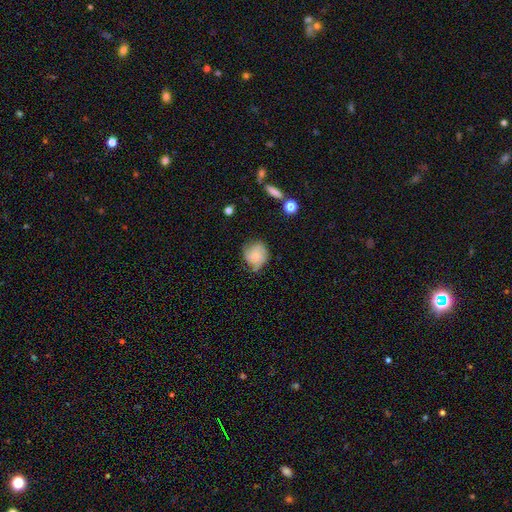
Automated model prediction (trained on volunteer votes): Smooth or featured? Predicted: featured or disk (p=0.60). Edge-on disk? Predicted: no (p=0.98). Bar? Predicted: no (p=0.77). Spiral arms? Predicted: yes (p=0.92). Spiral winding? Predicted: tight (p=0.47). Spiral arm count? Predicted: 3 (p=0.44). Bulge size? Predicted: small (p=0.61). Merging? Predicted: none (p=0.61).